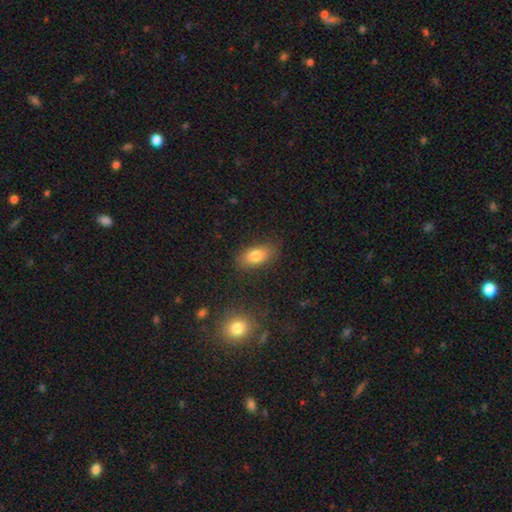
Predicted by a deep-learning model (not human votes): A smooth galaxy with no disk features (80%) that is in between round and cigar-shaped (87%).

Vote fractions:
- Smooth or featured? smooth: 80% / featured or disk: 10% / star or artifact: 9%
- How rounded? in between: 87% / round: 8% / cigar-shaped: 5%
- Merging? none: 81% / minor disturbance: 14% / major disturbance: 4% / merger: 2%